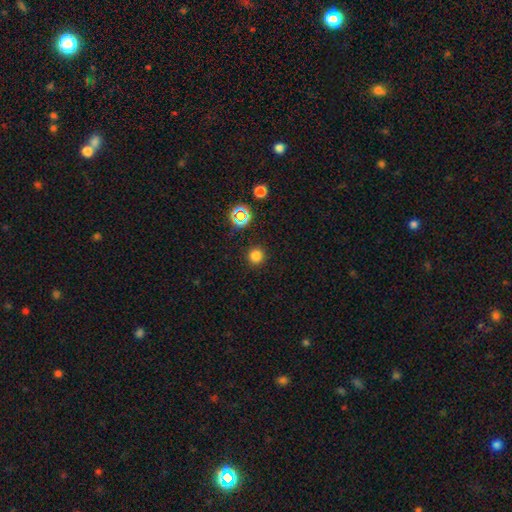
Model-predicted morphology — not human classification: A smooth galaxy with no disk features (78%) that is round (95%).

Vote fractions:
- Smooth or featured? smooth: 78% / star or artifact: 18% / featured or disk: 4%
- How rounded? round: 95% / in between: 4% / cigar-shaped: 1%
- Merging? none: 91% / minor disturbance: 5% / major disturbance: 2% / merger: 1%